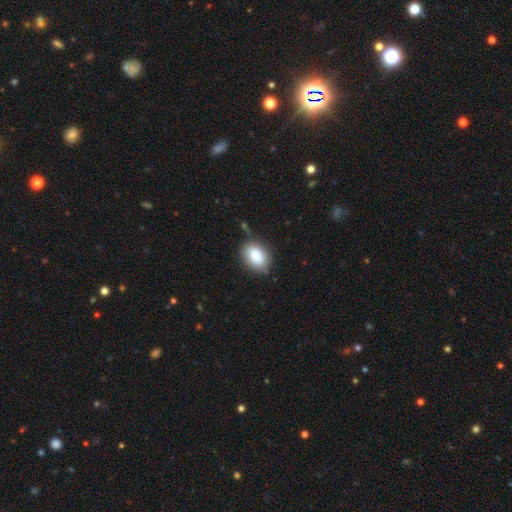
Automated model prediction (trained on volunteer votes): smooth-or-featured: smooth: 84% | featured or disk: 8% | star or artifact: 8%
  how-rounded: in between: 73% | round: 26% | cigar-shaped: 1%
  merging: none: 80% | minor disturbance: 14% | major disturbance: 3% | merger: 3%